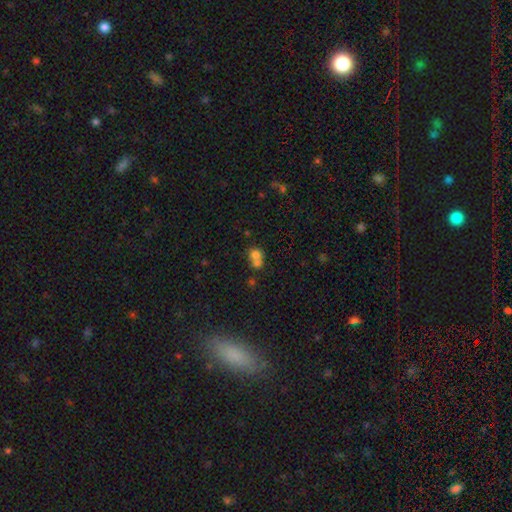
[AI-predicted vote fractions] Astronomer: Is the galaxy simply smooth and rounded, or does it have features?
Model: smooth — 71%.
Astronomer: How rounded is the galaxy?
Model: round — 75%.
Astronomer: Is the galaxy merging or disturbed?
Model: merger — 60%.